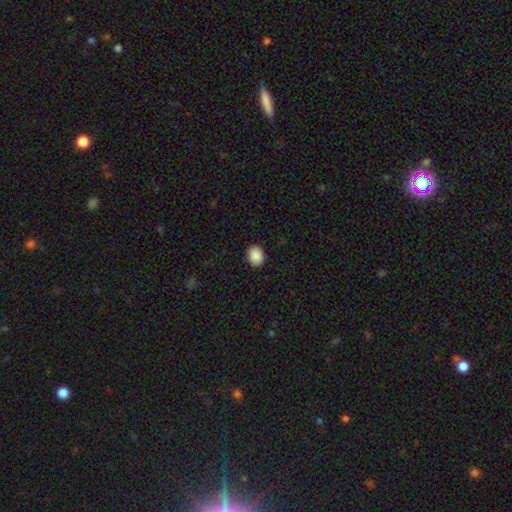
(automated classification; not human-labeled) The model was most divided on "how rounded": in between: 60%, round: 39%, cigar-shaped: 1%. More confident: merging — none (90%); smooth or featured — smooth (90%).